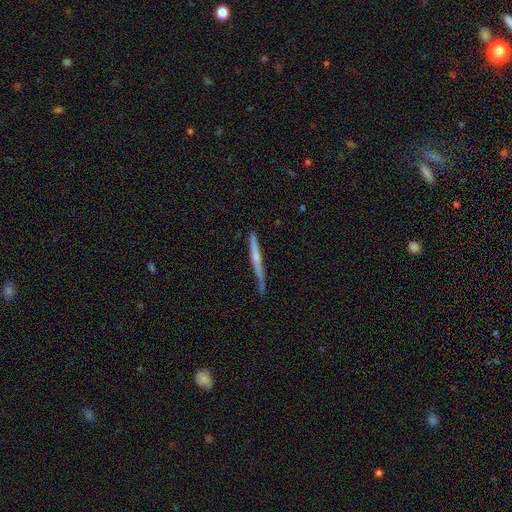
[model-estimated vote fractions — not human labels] Smooth or featured? featured or disk (54%)
Edge-on disk? yes (96%)
Edge-on bulge? none (54%)
Merging? none (74%)